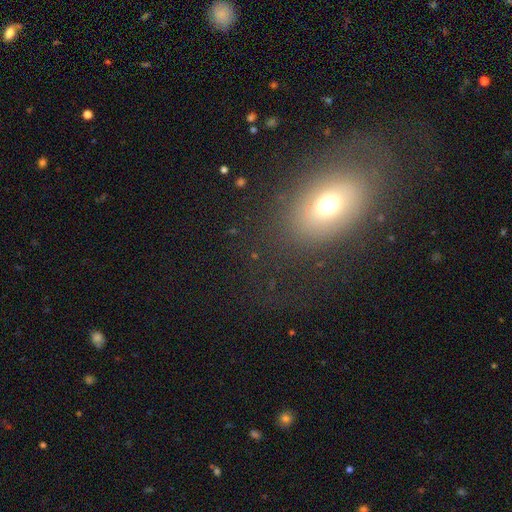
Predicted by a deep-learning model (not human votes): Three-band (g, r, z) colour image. It shows a smooth galaxy with no disk features (59%) that is in between round and cigar-shaped (76%). Merging: none (79%).